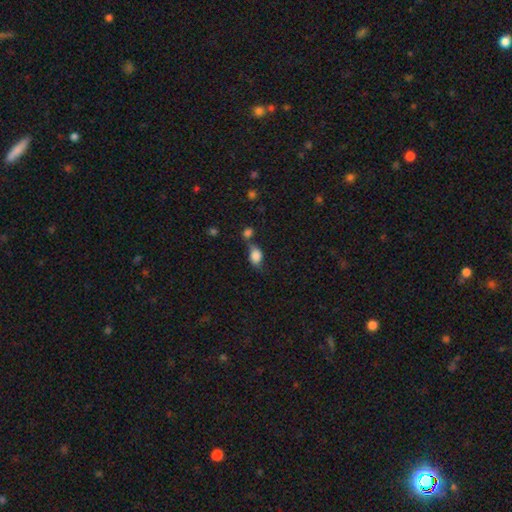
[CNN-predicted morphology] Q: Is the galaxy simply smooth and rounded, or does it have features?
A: smooth — 81%.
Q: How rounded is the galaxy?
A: in between — 74%.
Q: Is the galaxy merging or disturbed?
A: merger — 35%.